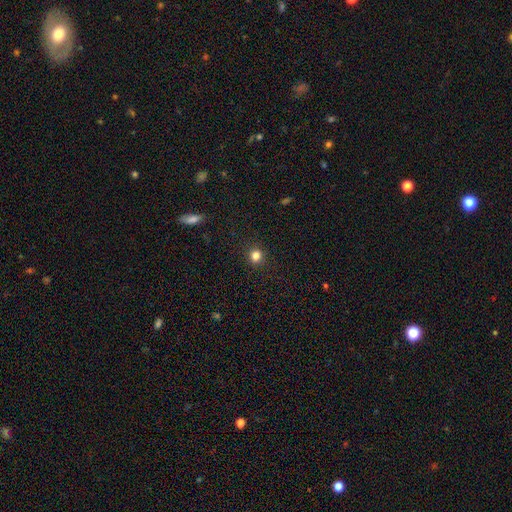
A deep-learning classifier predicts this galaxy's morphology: This appears to be a smooth galaxy with no disk features (82%) that is round (87%). Merging: none (91%).